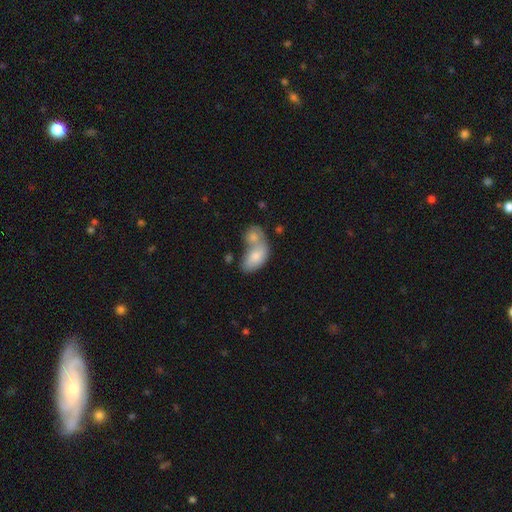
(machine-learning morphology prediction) Smooth or featured? Predicted: smooth (p=0.79). How rounded? Predicted: in between (p=0.91). Merging? Predicted: merger (p=0.66).